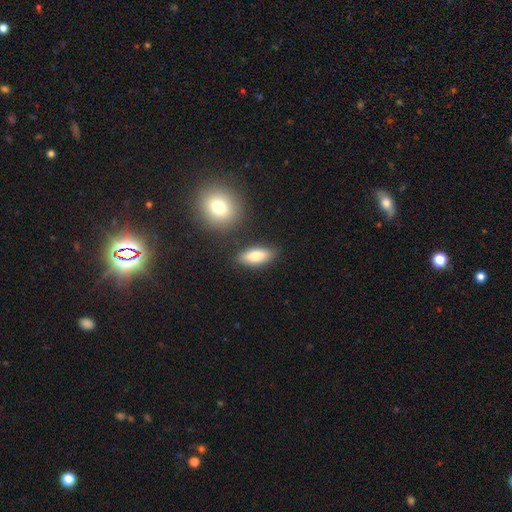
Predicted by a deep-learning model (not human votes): smooth 80%, featured or disk 13%, star or artifact 7%. Down the decision tree: how rounded — in between (79%); merging — none (82%).